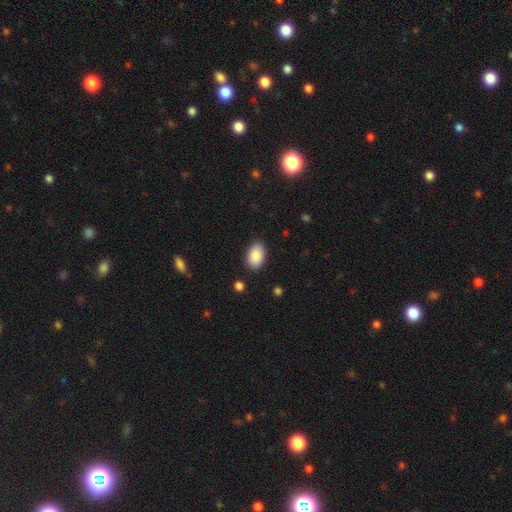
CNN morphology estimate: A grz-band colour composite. It shows a smooth galaxy with no disk features (88%) that is in between round and cigar-shaped (92%). Merging: none (86%).